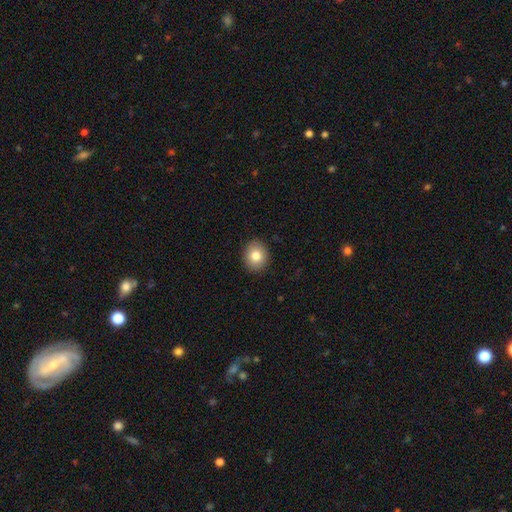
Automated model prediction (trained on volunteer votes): smooth 82%, featured or disk 9%, star or artifact 9%. Down the decision tree: how rounded — round (67%); merging — none (91%).